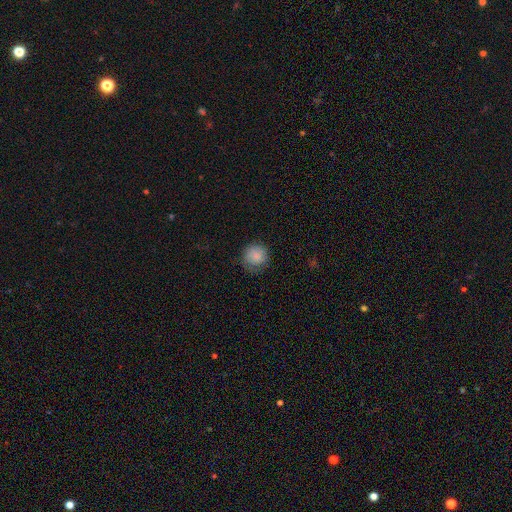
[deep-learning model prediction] Smooth or featured?
  - smooth: 85% *
  - star or artifact: 8%
  - featured or disk: 7%
How rounded?
  - round: 92% *
  - in between: 7%
  - cigar-shaped: 1%
Merging?
  - none: 76% *
  - minor disturbance: 18%
  - major disturbance: 5%
  - merger: 1%